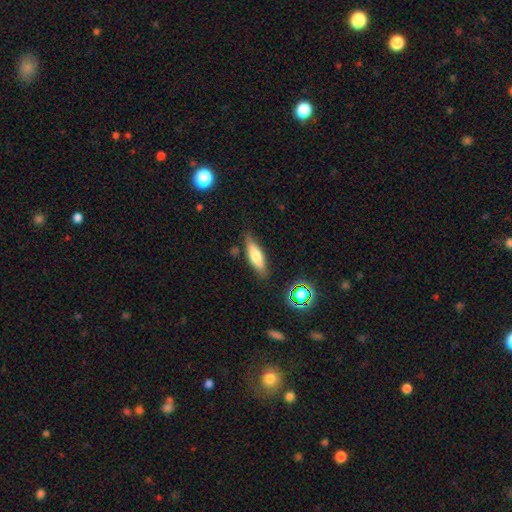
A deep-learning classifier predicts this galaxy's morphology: A smooth galaxy with no disk features (64%) that is cigar-shaped (53%). Merging: none (80%).